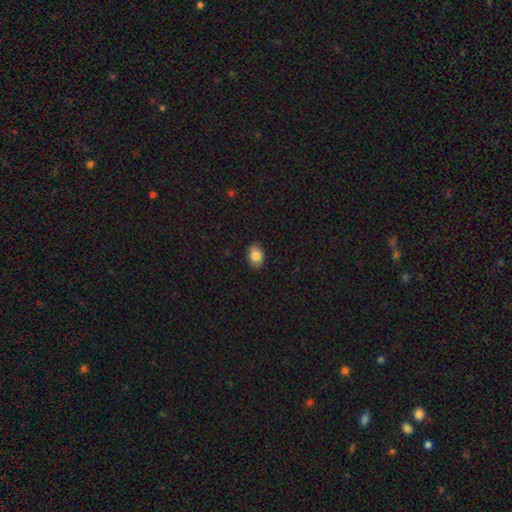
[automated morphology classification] smooth 83%, featured or disk 8%, star or artifact 8%. Down the decision tree: how rounded — in between (76%); merging — none (88%).